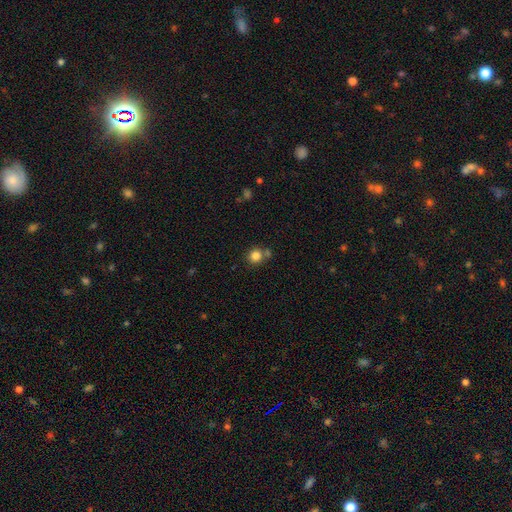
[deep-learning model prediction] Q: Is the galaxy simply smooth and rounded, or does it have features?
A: smooth — 83%.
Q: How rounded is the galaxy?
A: round — 90%.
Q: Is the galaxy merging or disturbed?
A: none — 68%.